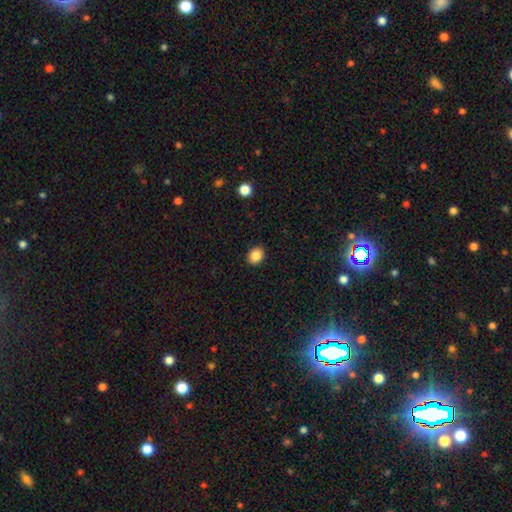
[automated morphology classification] Smooth or featured? smooth (86%)
How rounded? round (56%)
Merging? none (90%)